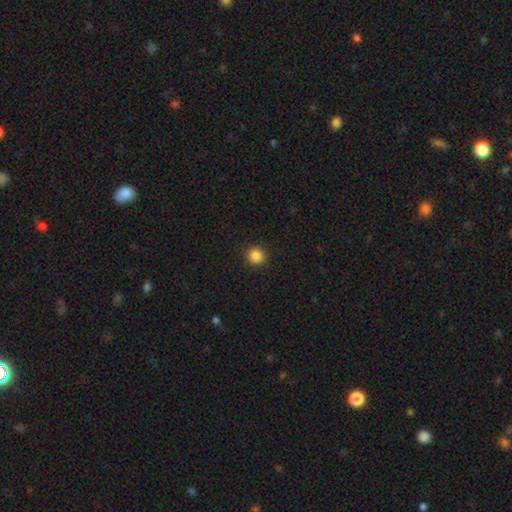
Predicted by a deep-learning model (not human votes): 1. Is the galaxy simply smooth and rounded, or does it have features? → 86% smooth, 11% star or artifact, 4% featured or disk.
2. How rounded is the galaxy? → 94% round, 5% in between, 1% cigar-shaped.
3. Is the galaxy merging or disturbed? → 91% none, 6% minor disturbance, 2% major disturbance, 1% merger.